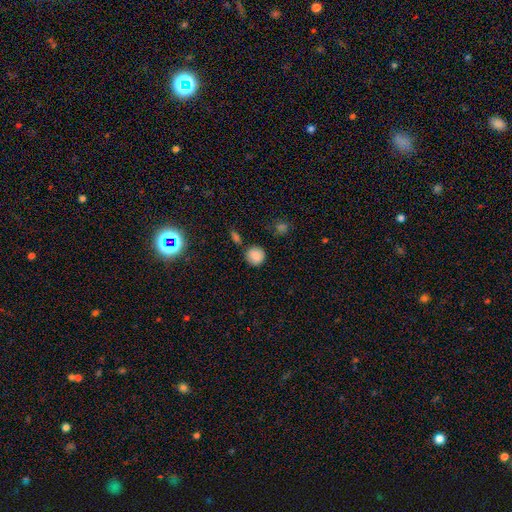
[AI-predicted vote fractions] A smooth galaxy with no disk features (84%) that is round (89%).

Vote fractions:
- Smooth or featured? smooth: 84% / star or artifact: 11% / featured or disk: 5%
- How rounded? round: 89% / in between: 10% / cigar-shaped: 1%
- Merging? none: 77% / minor disturbance: 13% / merger: 6% / major disturbance: 4%